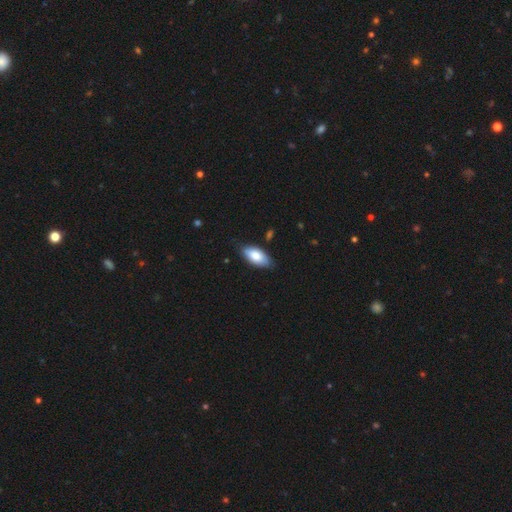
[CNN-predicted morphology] The model was most divided on "merging": none: 79%, minor disturbance: 17%, major disturbance: 2%, merger: 1%. More confident: how rounded — in between (93%); smooth or featured — smooth (82%).